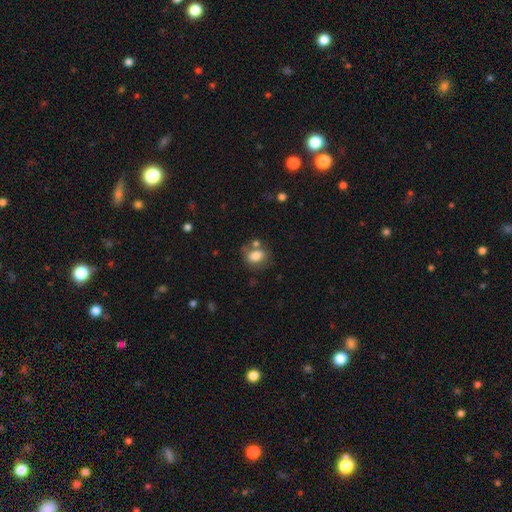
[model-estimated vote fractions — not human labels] smooth-or-featured: smooth: 79% | featured or disk: 12% | star or artifact: 9%
  how-rounded: in between: 67% | round: 32% | cigar-shaped: 1%
  merging: none: 59% | merger: 18% | minor disturbance: 17% | major disturbance: 6%